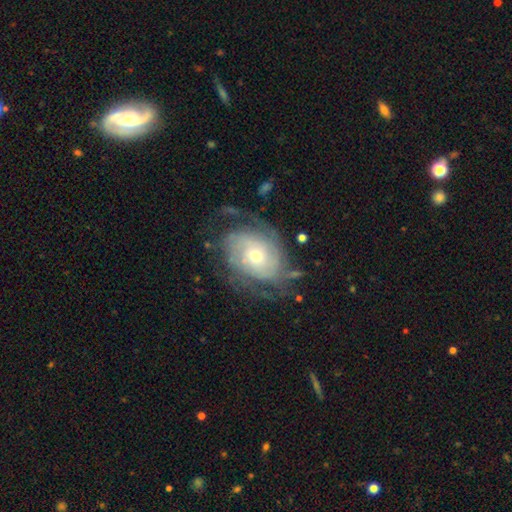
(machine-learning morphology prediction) Smooth or featured?
  - featured or disk: 83% *
  - smooth: 11%
  - star or artifact: 6%
Edge-on disk?
  - no: 96% *
  - yes: 4%
Bar?
  - no: 75% *
  - weak: 21%
  - strong: 5%
Spiral arms?
  - yes: 93% *
  - no: 7%
Spiral winding?
  - tight: 63% *
  - medium: 27%
  - loose: 10%
Spiral arm count?
  - can't tell: 38% *
  - 2: 25%
  - 3: 15%
  - 4: 10%
  - more than 4: 6%
  - 1: 5%
Bulge size?
  - moderate: 49% *
  - small: 45%
  - large: 4%
  - dominant: 1%
  - none: 1%
Merging?
  - none: 64% *
  - minor disturbance: 19%
  - major disturbance: 15%
  - merger: 2%